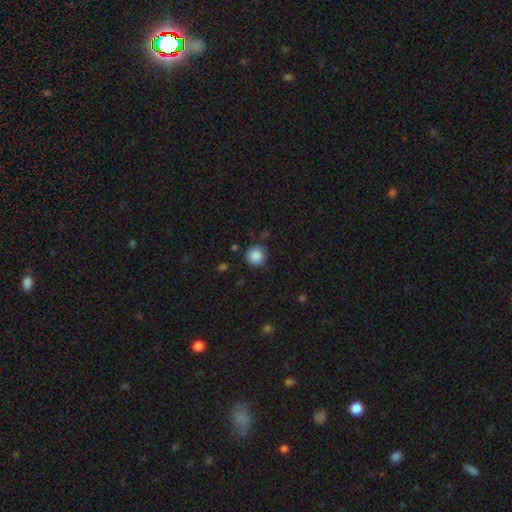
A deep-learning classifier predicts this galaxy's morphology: The model was most divided on "merging": none: 81%, minor disturbance: 14%, major disturbance: 3%, merger: 2%. More confident: how rounded — round (93%); smooth or featured — smooth (87%).